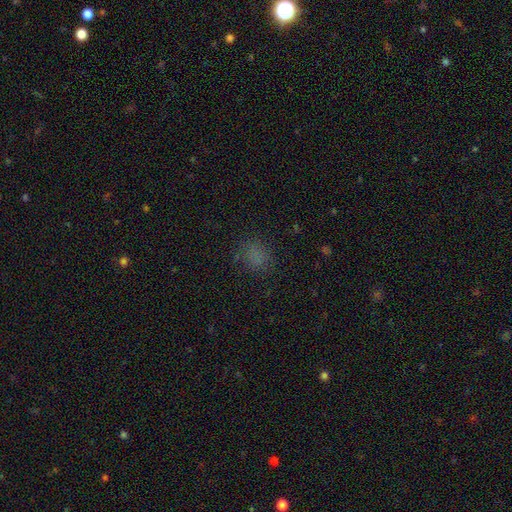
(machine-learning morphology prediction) This is likely a smooth galaxy (71%). How rounded: likely round (63%). Merging: likely none (77%).